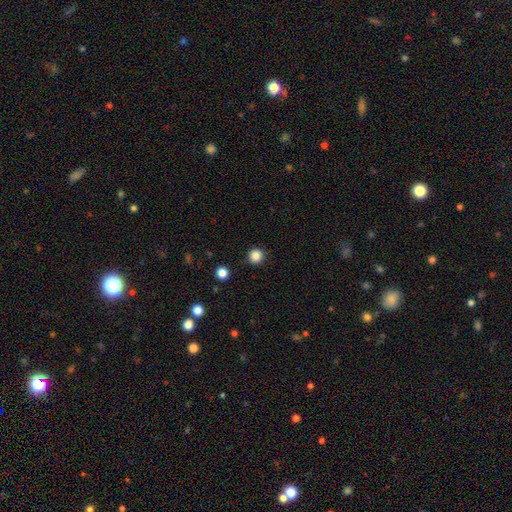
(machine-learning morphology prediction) Smooth or featured? Predicted: smooth (p=0.86). How rounded? Predicted: round (p=0.95). Merging? Predicted: none (p=0.91).